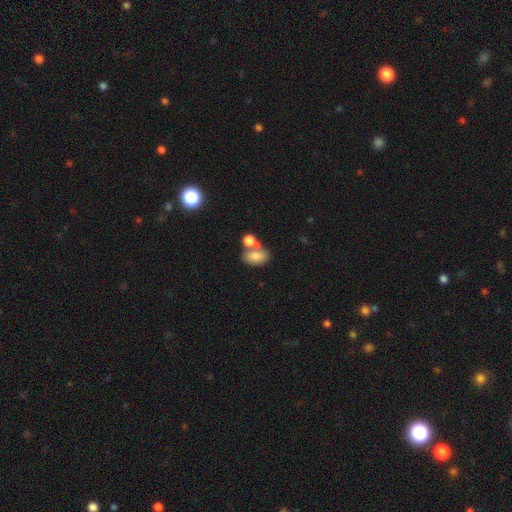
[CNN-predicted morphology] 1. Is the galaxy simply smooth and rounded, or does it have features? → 77% smooth, 14% featured or disk, 9% star or artifact.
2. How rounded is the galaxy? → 84% in between, 14% round, 2% cigar-shaped.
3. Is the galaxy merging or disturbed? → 42% merger, 41% none, 12% minor disturbance, 5% major disturbance.